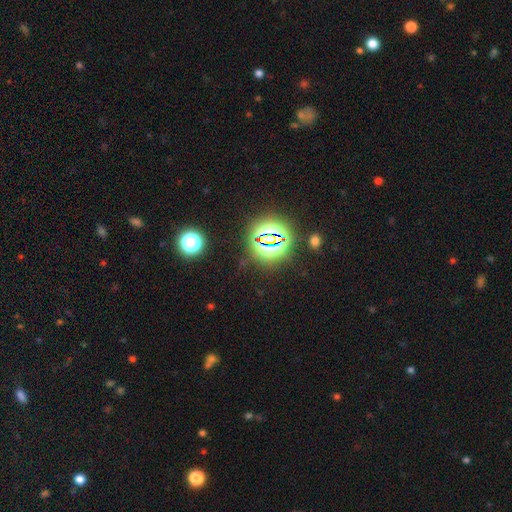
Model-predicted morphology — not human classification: Smooth or featured? star or artifact (80%)